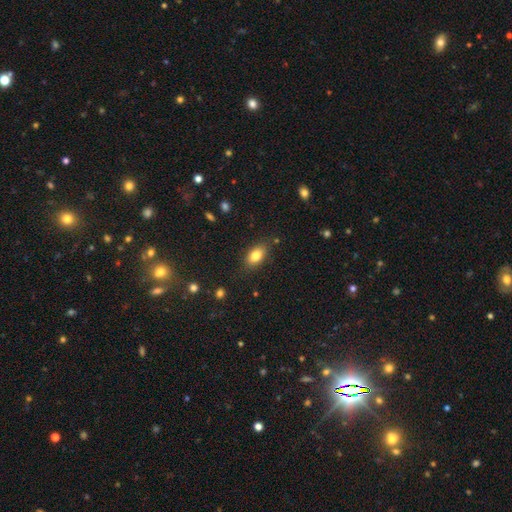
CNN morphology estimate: This is clearly a smooth galaxy (81%). How rounded: clearly in between (87%). Merging: clearly none (83%).